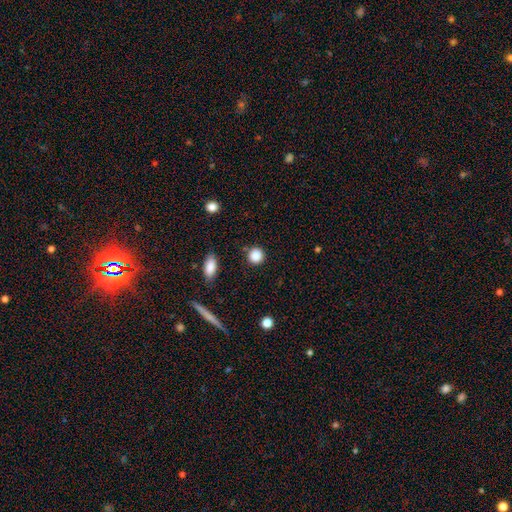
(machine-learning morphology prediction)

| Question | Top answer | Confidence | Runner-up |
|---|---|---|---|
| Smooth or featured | smooth | 86% | star or artifact (10%) |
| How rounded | round | 90% | in between (9%) |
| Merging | none | 88% | minor disturbance (7%) |